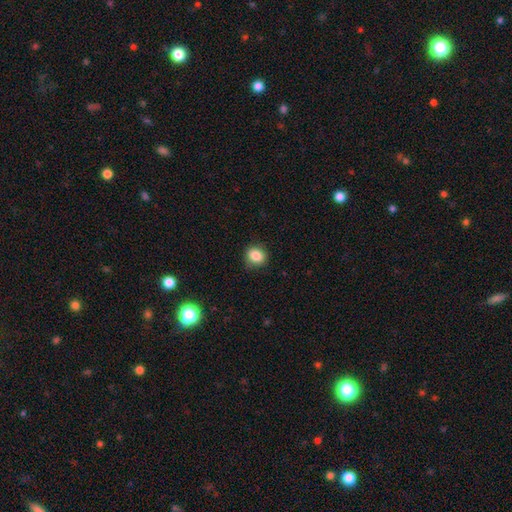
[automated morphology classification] Smooth or featured? smooth (85%)
How rounded? round (74%)
Merging? none (85%)